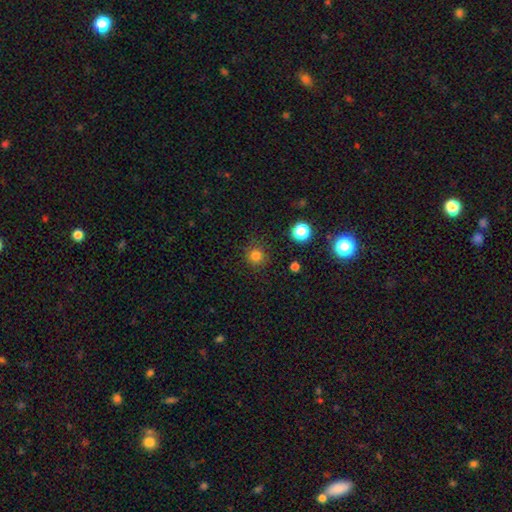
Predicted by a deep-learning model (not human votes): smooth-or-featured: smooth: 80% | star or artifact: 15% | featured or disk: 5%
  how-rounded: round: 92% | in between: 7% | cigar-shaped: 1%
  merging: none: 86% | minor disturbance: 9% | major disturbance: 3% | merger: 2%